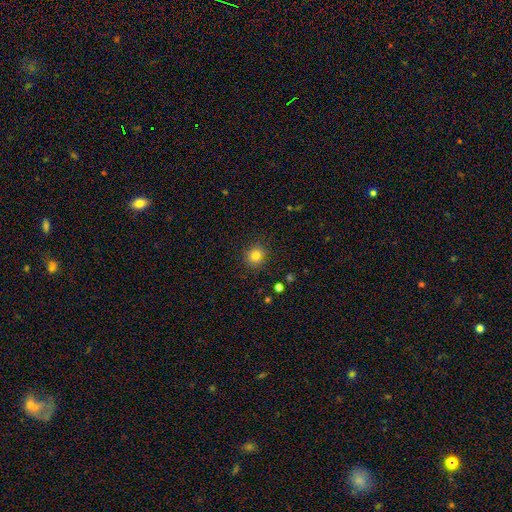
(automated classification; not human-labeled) The model was most divided on "smooth or featured": smooth: 83%, star or artifact: 12%, featured or disk: 5%. More confident: merging — none (88%); how rounded — round (86%).